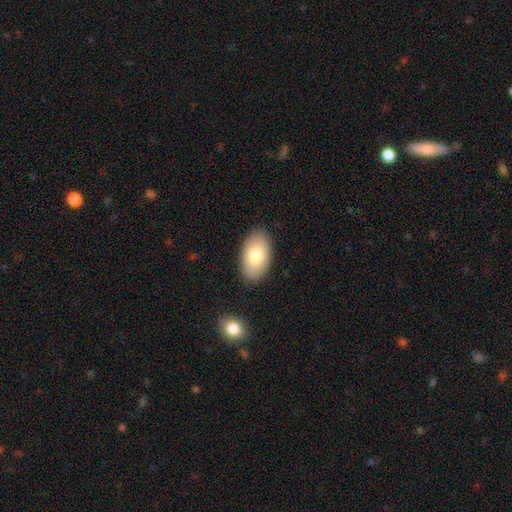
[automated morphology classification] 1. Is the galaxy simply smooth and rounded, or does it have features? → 79% smooth, 14% featured or disk, 6% star or artifact.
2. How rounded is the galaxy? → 94% in between, 4% round, 1% cigar-shaped.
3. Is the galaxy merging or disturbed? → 87% none, 9% minor disturbance, 2% major disturbance, 1% merger.